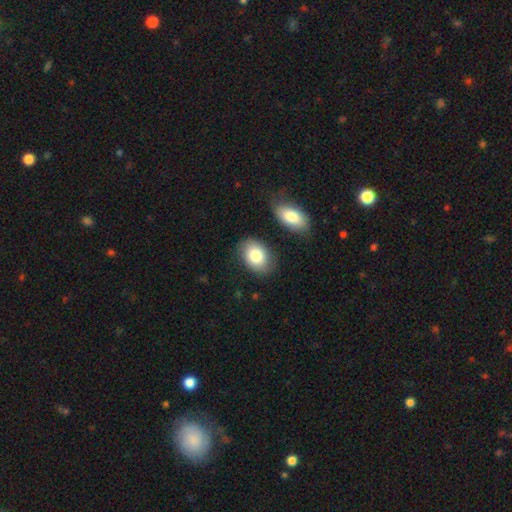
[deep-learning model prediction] A smooth galaxy with no disk features (82%) that is in between round and cigar-shaped (78%).

Vote fractions:
- Smooth or featured? smooth: 82% / featured or disk: 11% / star or artifact: 7%
- How rounded? in between: 78% / round: 21% / cigar-shaped: 1%
- Merging? none: 77% / minor disturbance: 13% / merger: 6% / major disturbance: 3%